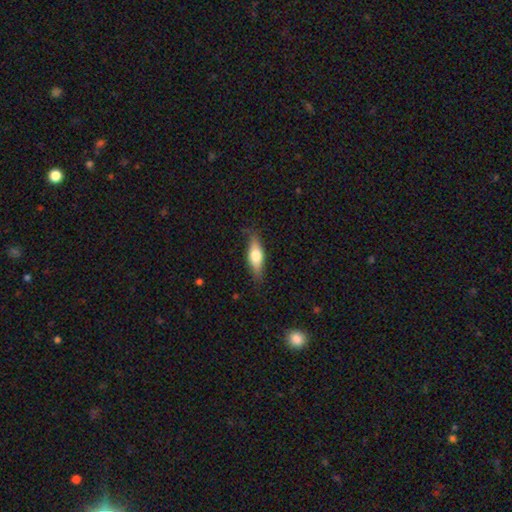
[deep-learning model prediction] Smooth or featured: smooth — 57% (featured or disk — 37%)
How rounded: in between — 57% (cigar-shaped — 40%)
Merging: none — 81% (minor disturbance — 15%)